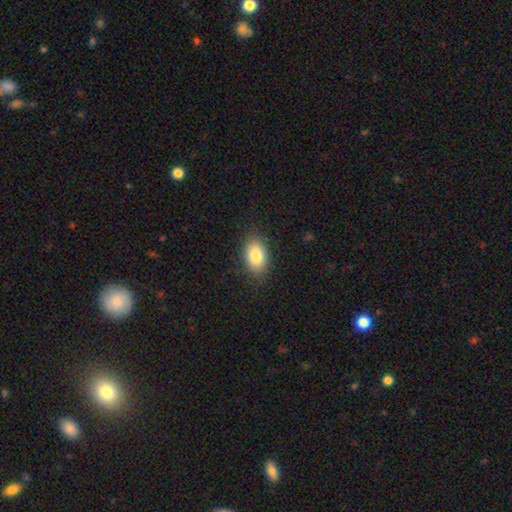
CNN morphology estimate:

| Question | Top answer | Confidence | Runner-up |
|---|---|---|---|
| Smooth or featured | smooth | 82% | featured or disk (10%) |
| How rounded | in between | 87% | round (11%) |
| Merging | none | 85% | minor disturbance (11%) |